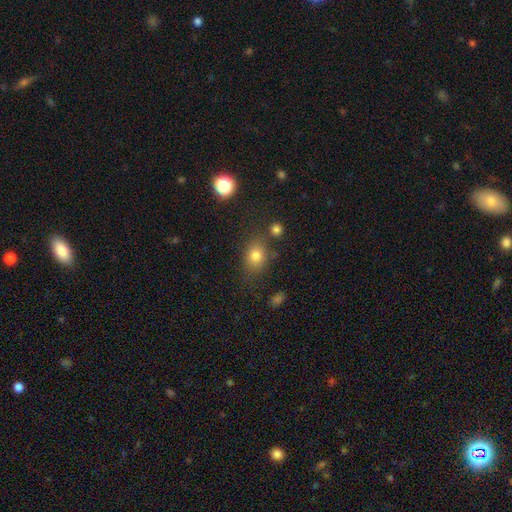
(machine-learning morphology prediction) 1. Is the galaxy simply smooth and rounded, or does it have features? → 77% smooth, 13% star or artifact, 10% featured or disk.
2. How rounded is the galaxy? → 59% in between, 39% round, 2% cigar-shaped.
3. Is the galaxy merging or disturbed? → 71% none, 15% minor disturbance, 7% merger, 6% major disturbance.